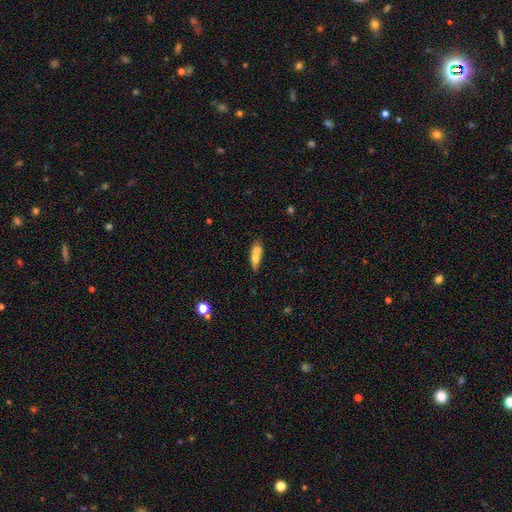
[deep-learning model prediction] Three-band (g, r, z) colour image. It shows a smooth galaxy with no disk features (61%) that is in between round and cigar-shaped (53%). Merging: merger (48%).